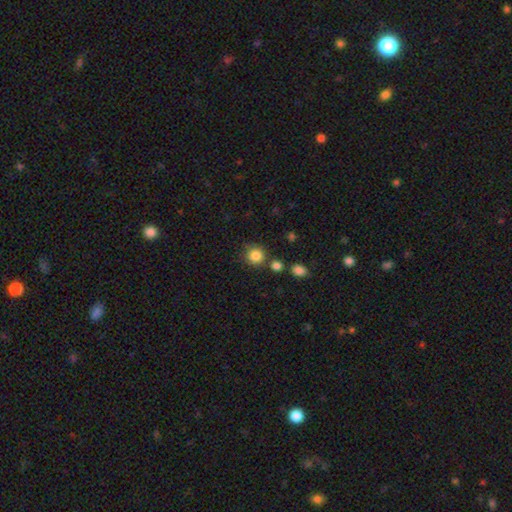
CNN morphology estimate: Overall: smooth (85%). How rounded: round (91%). Merging: none (76%).